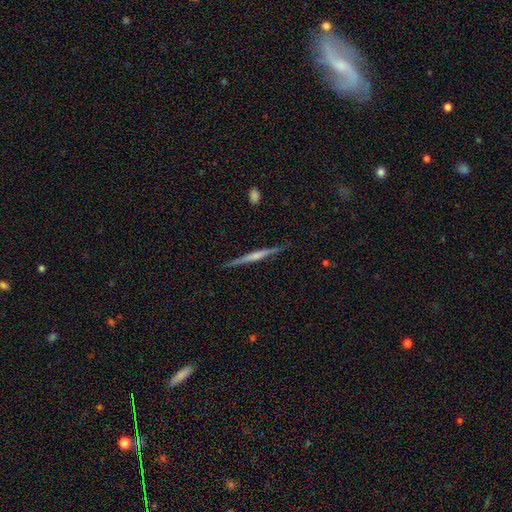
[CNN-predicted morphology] Smooth or featured?
  - featured or disk: 68% *
  - smooth: 26%
  - star or artifact: 6%
Edge-on disk?
  - yes: 98% *
  - no: 2%
Edge-on bulge?
  - rounded: 43% *
  - none: 39%
  - boxy: 18%
Merging?
  - none: 88% *
  - minor disturbance: 9%
  - major disturbance: 2%
  - merger: 1%